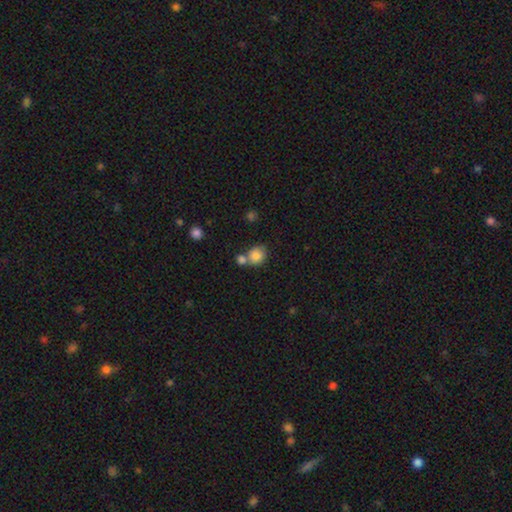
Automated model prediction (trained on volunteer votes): This is clearly a smooth galaxy (83%). How rounded: likely round (76%). Merging: marginally none (45%).